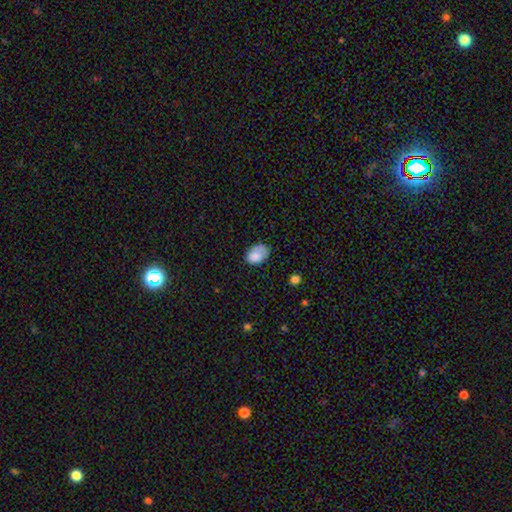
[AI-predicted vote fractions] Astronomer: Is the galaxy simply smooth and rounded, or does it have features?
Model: smooth — 80%.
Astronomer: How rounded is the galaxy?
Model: in between — 81%.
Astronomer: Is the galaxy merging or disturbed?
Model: none — 55% (runner-up: minor disturbance, 31%).